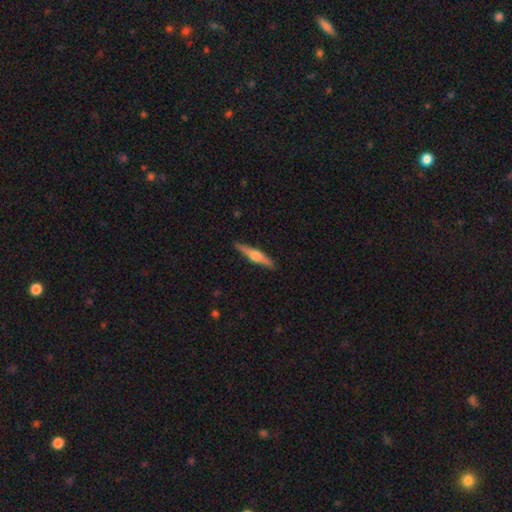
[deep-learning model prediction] Smooth or featured?
  - featured or disk: 67% *
  - smooth: 27%
  - star or artifact: 5%
Edge-on disk?
  - yes: 97% *
  - no: 3%
Edge-on bulge?
  - rounded: 94% *
  - boxy: 4%
  - none: 2%
Merging?
  - none: 90% *
  - minor disturbance: 8%
  - major disturbance: 2%
  - merger: 1%